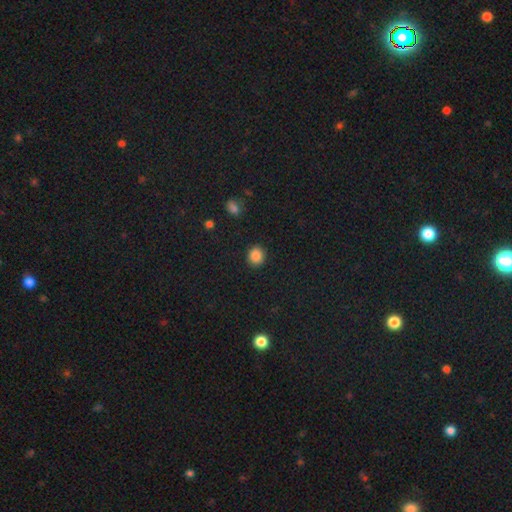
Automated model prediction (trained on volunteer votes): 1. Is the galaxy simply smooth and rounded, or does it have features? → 86% smooth, 11% star or artifact, 3% featured or disk.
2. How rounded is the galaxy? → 85% round, 14% in between, 1% cigar-shaped.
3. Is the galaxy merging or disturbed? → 90% none, 7% minor disturbance, 2% major disturbance, 1% merger.